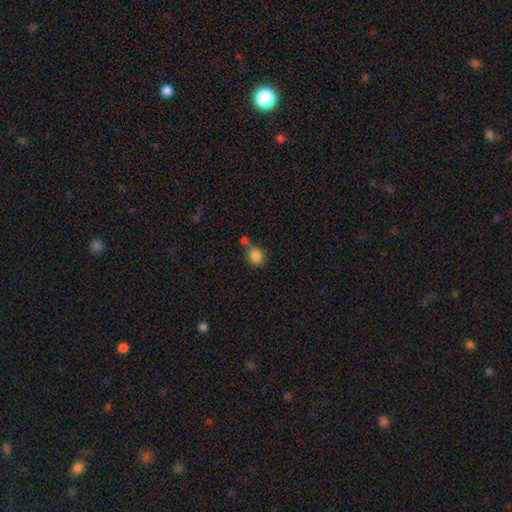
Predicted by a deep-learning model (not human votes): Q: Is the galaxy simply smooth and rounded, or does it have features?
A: smooth — 85%.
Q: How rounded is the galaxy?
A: round — 84%.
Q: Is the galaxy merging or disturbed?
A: none — 57%.